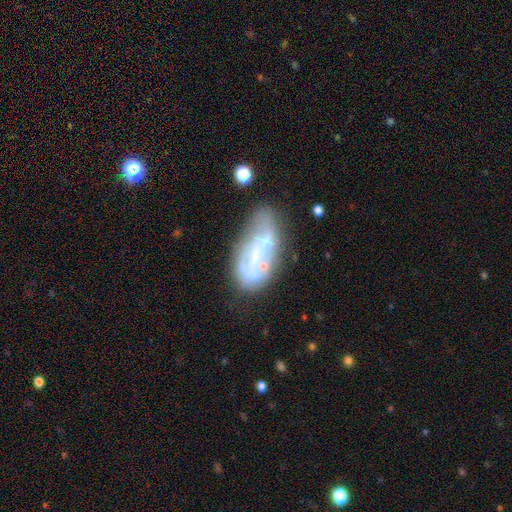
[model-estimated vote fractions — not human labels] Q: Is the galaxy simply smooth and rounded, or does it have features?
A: featured or disk — 62%.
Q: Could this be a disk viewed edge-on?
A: no — 91%.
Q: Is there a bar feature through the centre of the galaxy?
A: no — 64%.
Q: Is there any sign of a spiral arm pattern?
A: no — 66%.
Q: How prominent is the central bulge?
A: small — 52%.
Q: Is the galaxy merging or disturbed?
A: none — 43%.